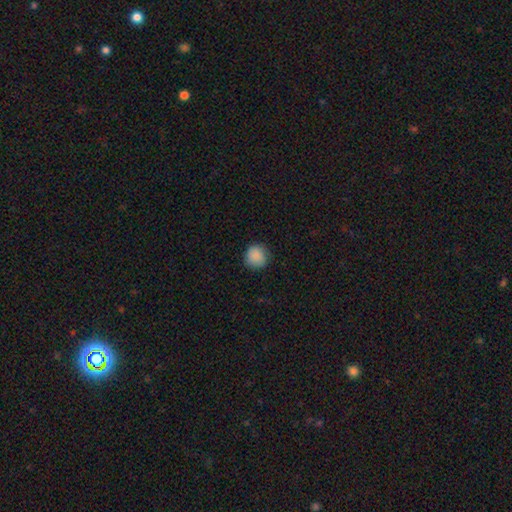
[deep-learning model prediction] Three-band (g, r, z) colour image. It shows a smooth galaxy with no disk features (88%) that is round (89%). Merging: none (82%).